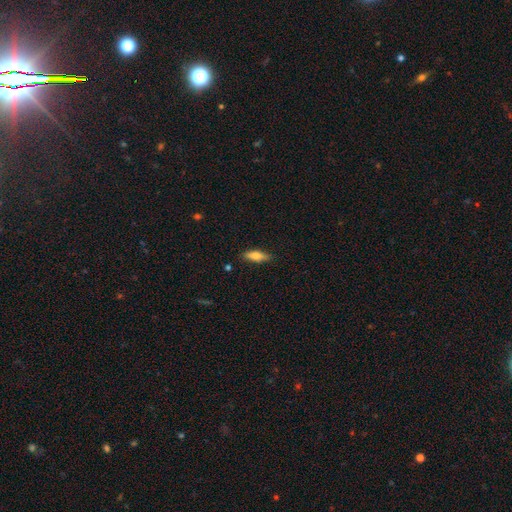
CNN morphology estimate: A smooth galaxy with no disk features (67%) that is cigar-shaped (51%). Merging: none (85%).